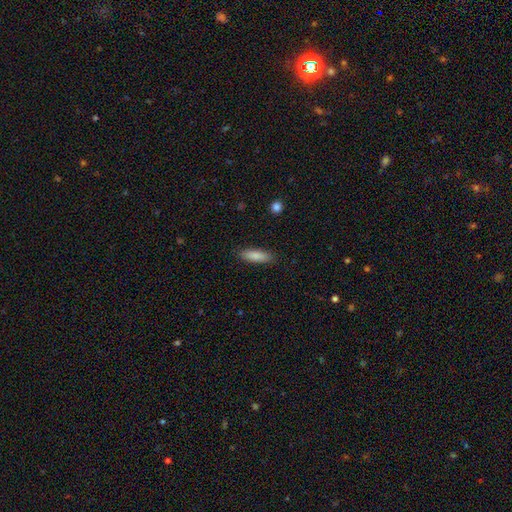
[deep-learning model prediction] Morphology: type=smooth (86%); roundness=cigar-shaped (56%); merging=none (88%).